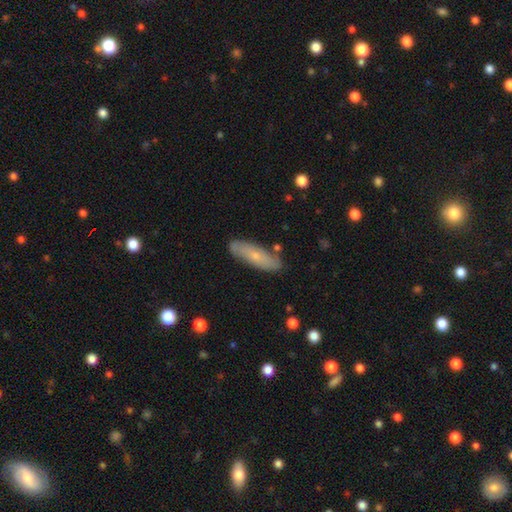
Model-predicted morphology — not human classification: type=smooth (56%); roundness=cigar-shaped (57%); merging=none (81%).